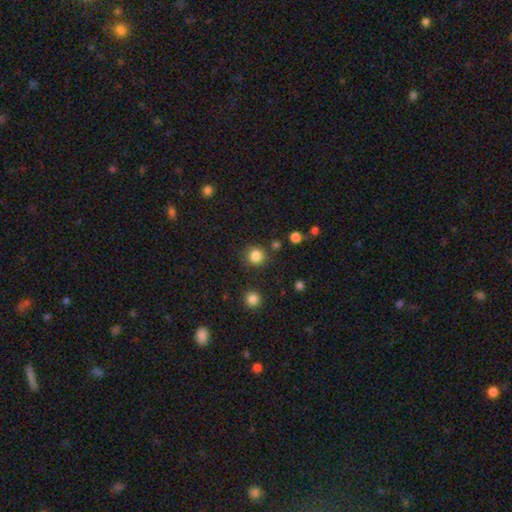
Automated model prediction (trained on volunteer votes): Smooth or featured?
  - smooth: 84% *
  - star or artifact: 12%
  - featured or disk: 4%
How rounded?
  - round: 92% *
  - in between: 7%
  - cigar-shaped: 1%
Merging?
  - none: 85% *
  - minor disturbance: 8%
  - merger: 4%
  - major disturbance: 3%